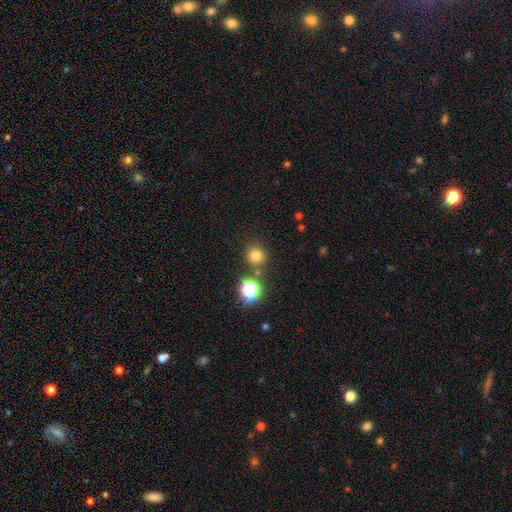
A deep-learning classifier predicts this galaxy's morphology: Smooth or featured? Predicted: smooth (p=0.76). How rounded? Predicted: round (p=0.91). Merging? Predicted: none (p=0.82).